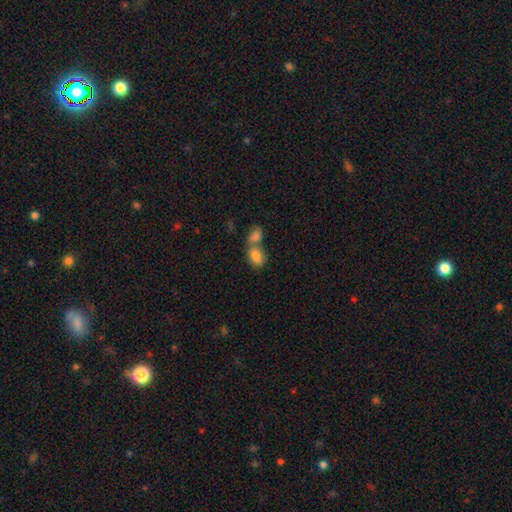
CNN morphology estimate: This appears to be a smooth galaxy with no disk features (83%) that is in between round and cigar-shaped (82%). Merging: merger (54%).